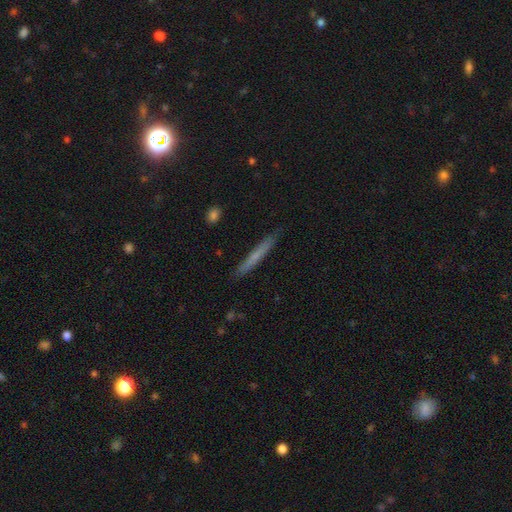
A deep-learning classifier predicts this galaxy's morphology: A smooth galaxy with no disk features (60%) that is cigar-shaped (96%).

Vote fractions:
- Smooth or featured? smooth: 60% / featured or disk: 33% / star or artifact: 7%
- How rounded? cigar-shaped: 96% / in between: 2% / round: 1%
- Merging? none: 88% / minor disturbance: 9% / major disturbance: 2% / merger: 1%